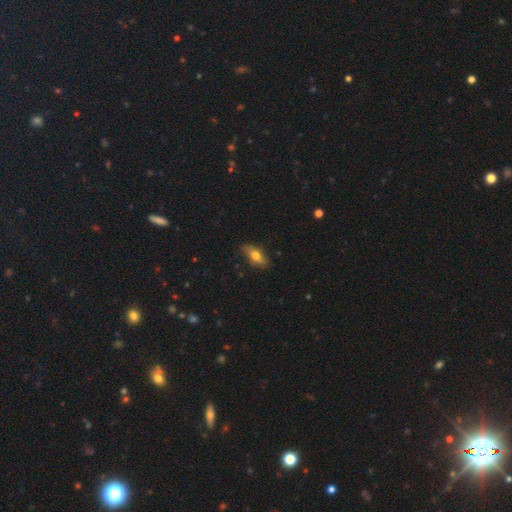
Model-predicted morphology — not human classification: This is likely a smooth galaxy (61%). How rounded: likely in between (73%). Merging: likely none (80%).